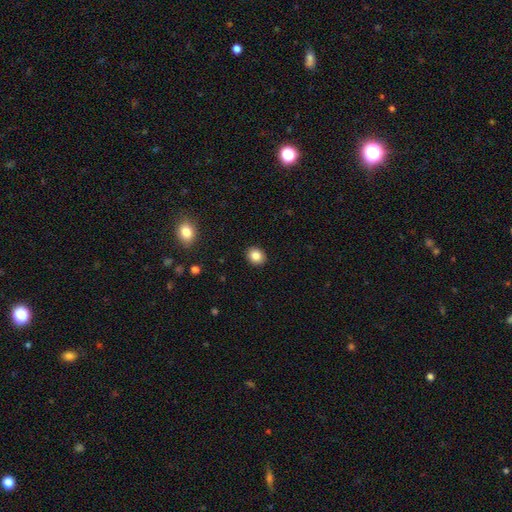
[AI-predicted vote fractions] Q: Smooth or featured?
A: smooth (85%); runner-up: star or artifact (10%)
Q: How rounded?
A: round (66%); runner-up: in between (33%)
Q: Merging?
A: none (92%); runner-up: minor disturbance (6%)